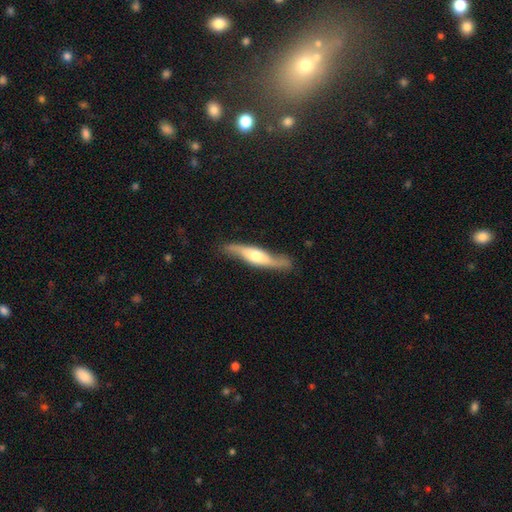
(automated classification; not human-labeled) This appears to be a featured or disk galaxy (67%) viewed edge-on (65%). Merging: none (77%).